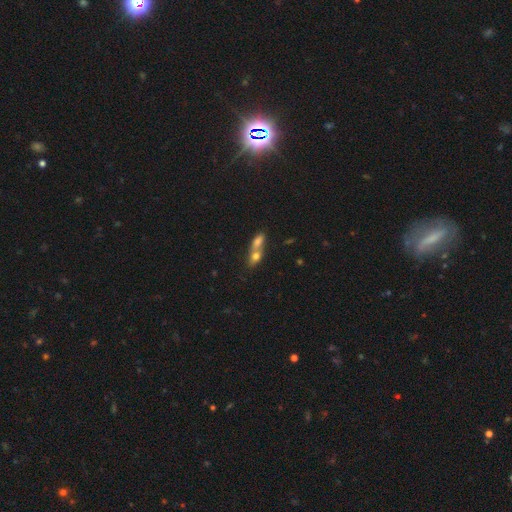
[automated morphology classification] smooth 61%, featured or disk 24%, star or artifact 15%. Down the decision tree: how rounded — in between (58%); merging — merger (70%).